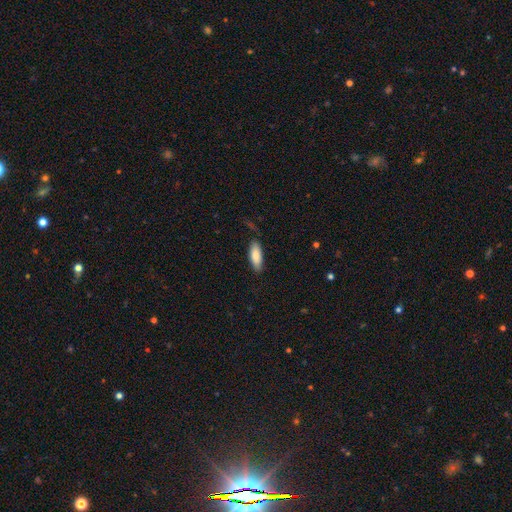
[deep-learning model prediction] Morphology: type=smooth (83%); roundness=in between (72%); merging=none (76%).